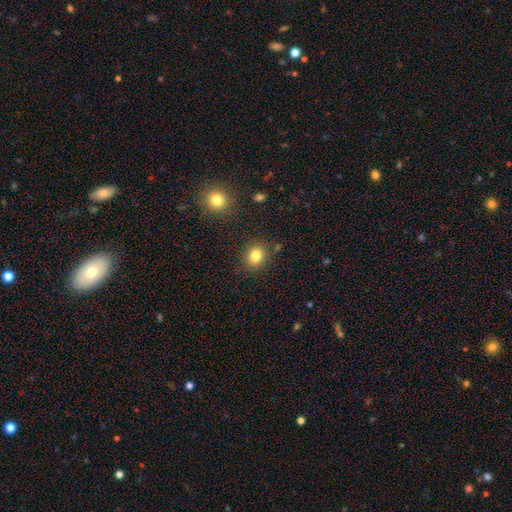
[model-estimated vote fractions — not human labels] Q: Smooth or featured?
A: smooth (83%); runner-up: star or artifact (11%)
Q: How rounded?
A: round (67%); runner-up: in between (32%)
Q: Merging?
A: none (84%); runner-up: minor disturbance (9%)